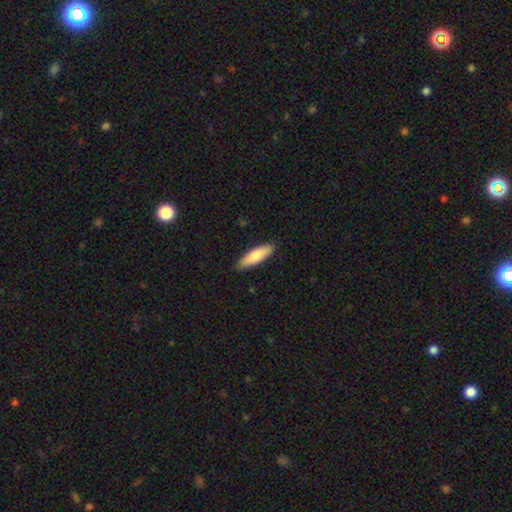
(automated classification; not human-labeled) Smooth or featured? smooth (78%)
How rounded? cigar-shaped (54%)
Merging? none (88%)